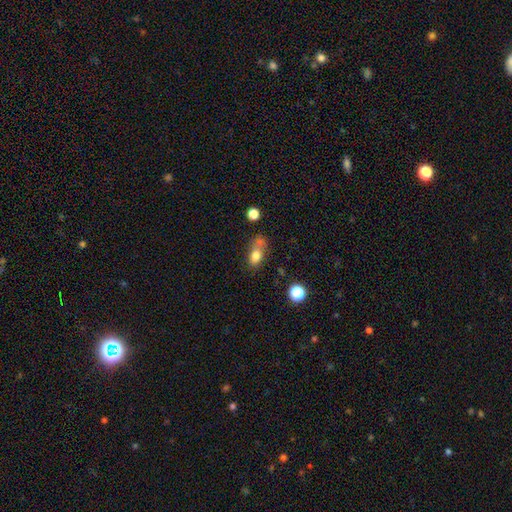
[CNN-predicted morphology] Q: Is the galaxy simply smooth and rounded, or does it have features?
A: smooth — 76%.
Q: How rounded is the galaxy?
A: in between — 75%.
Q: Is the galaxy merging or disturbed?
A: none — 43%.